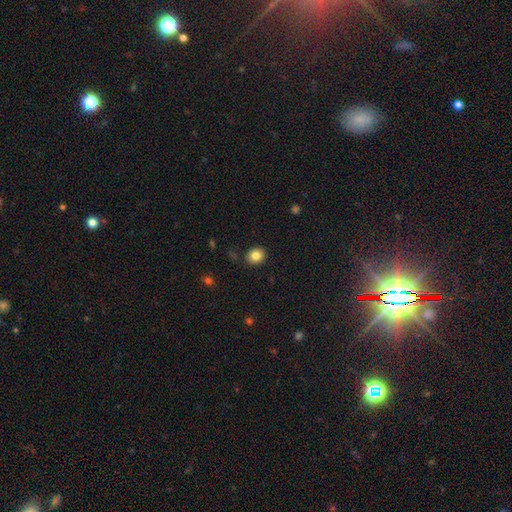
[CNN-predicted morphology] A smooth galaxy with no disk features (83%) that is round (70%).

Vote fractions:
- Smooth or featured? smooth: 83% / star or artifact: 10% / featured or disk: 7%
- How rounded? round: 70% / in between: 29% / cigar-shaped: 1%
- Merging? none: 89% / minor disturbance: 8% / major disturbance: 2% / merger: 2%